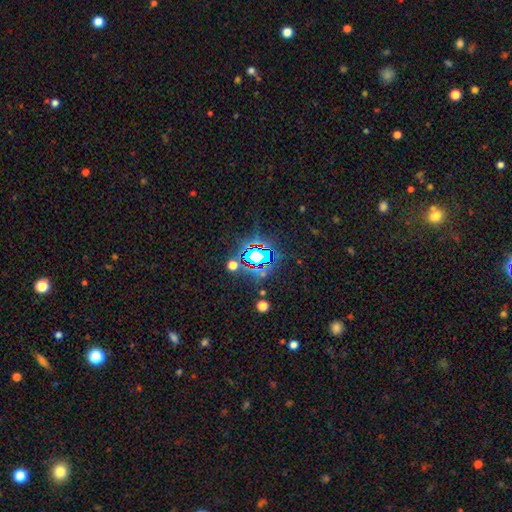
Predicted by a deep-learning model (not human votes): Overall: star or artifact (72%).